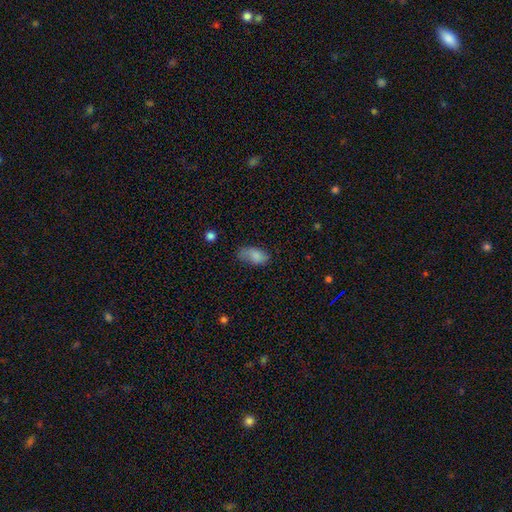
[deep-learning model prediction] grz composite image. It shows a smooth galaxy with no disk features (80%) that is in between round and cigar-shaped (92%). Merging: none (51%).